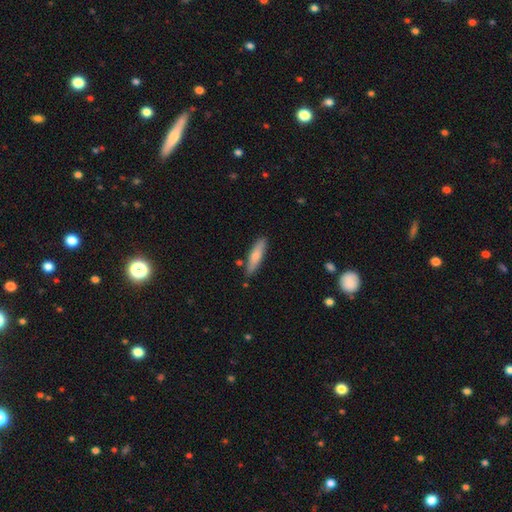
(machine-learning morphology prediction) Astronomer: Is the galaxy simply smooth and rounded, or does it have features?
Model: smooth — 72%.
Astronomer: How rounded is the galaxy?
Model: cigar-shaped — 74%.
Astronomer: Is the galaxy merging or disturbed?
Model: none — 81%.